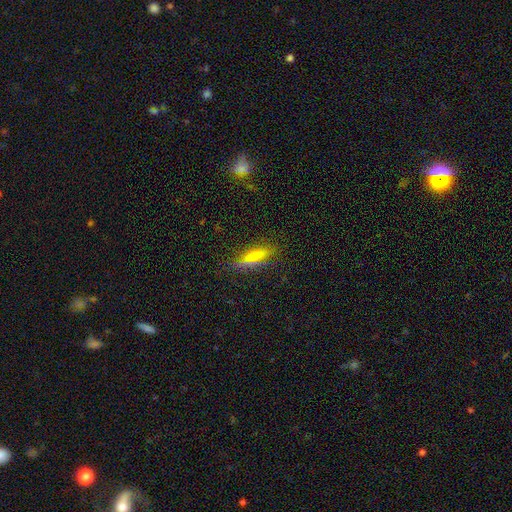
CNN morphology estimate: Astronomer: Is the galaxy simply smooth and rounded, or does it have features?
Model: smooth — 67%.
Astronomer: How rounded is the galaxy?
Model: in between — 53% (runner-up: cigar-shaped, 42%).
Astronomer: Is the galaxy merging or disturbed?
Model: none — 80%.